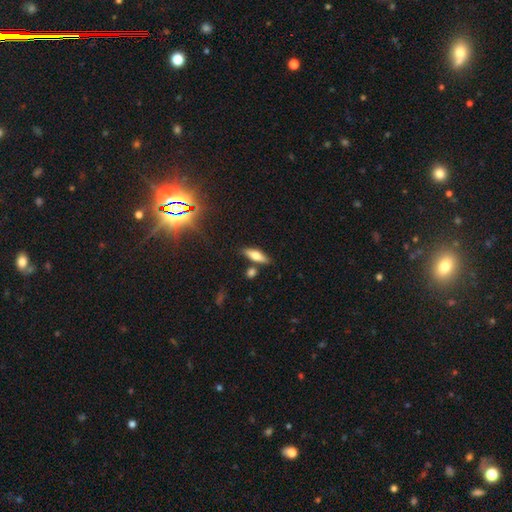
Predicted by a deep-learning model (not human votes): The model was most divided on "how rounded": cigar-shaped: 49%, in between: 48%, round: 3%. More confident: merging — none (78%); smooth or featured — smooth (57%).